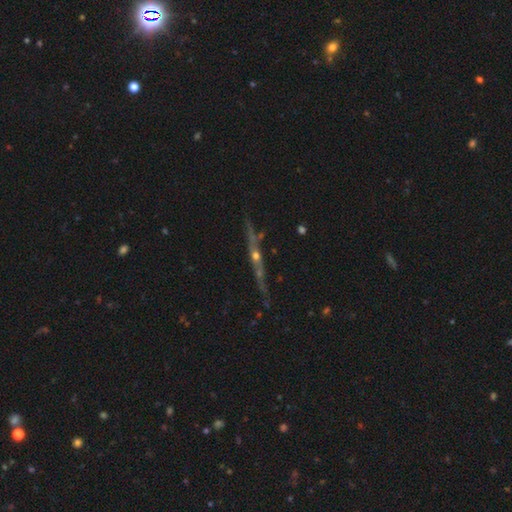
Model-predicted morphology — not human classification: featured or disk 72%, smooth 16%, star or artifact 12%. Down the decision tree: edge-on disk — yes (89%); edge-on bulge — rounded (83%); merging — none (70%).